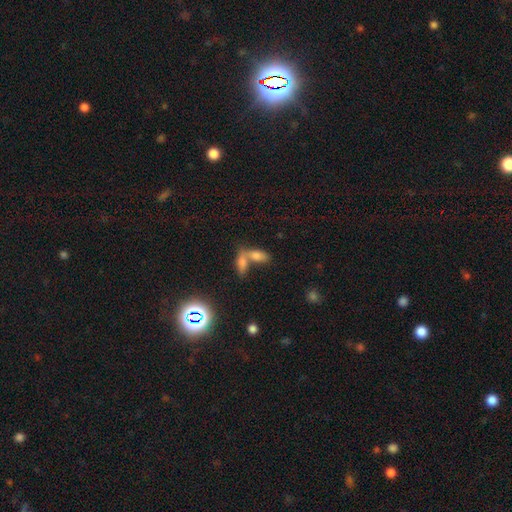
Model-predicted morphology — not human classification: smooth_or_featured: smooth (p=0.73) [alt: star or artifact p=0.14]
how_rounded: in between (p=0.81) [alt: cigar-shaped p=0.14]
merging: merger (p=0.59) [alt: none p=0.29]